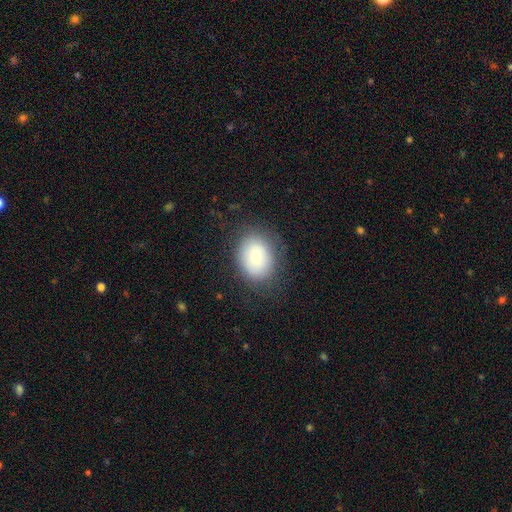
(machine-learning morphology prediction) smooth_or_featured: smooth (p=0.80) [alt: featured or disk p=0.12]
how_rounded: in between (p=0.60) [alt: round p=0.39]
merging: none (p=0.76) [alt: minor disturbance p=0.16]